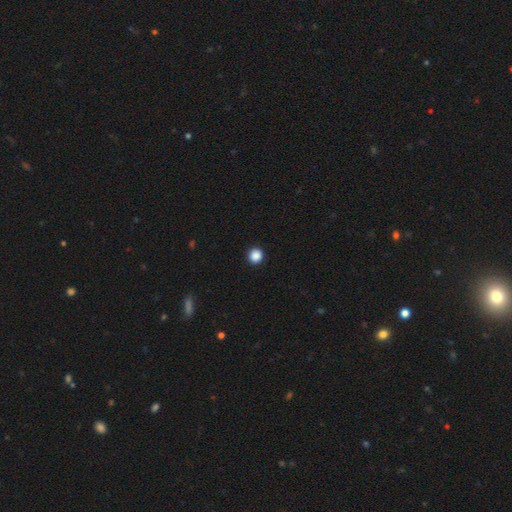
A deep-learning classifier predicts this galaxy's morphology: This appears to be a smooth galaxy with no disk features (88%) that is round (95%). Merging: none (94%).